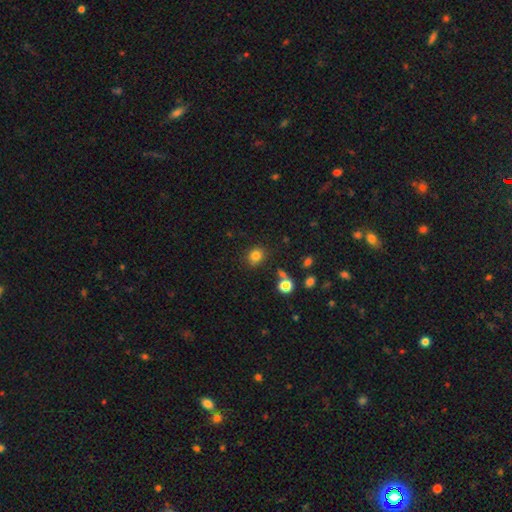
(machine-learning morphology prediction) Smooth or featured: smooth — 80% (star or artifact — 13%)
How rounded: round — 70% (in between — 29%)
Merging: none — 82% (minor disturbance — 11%)